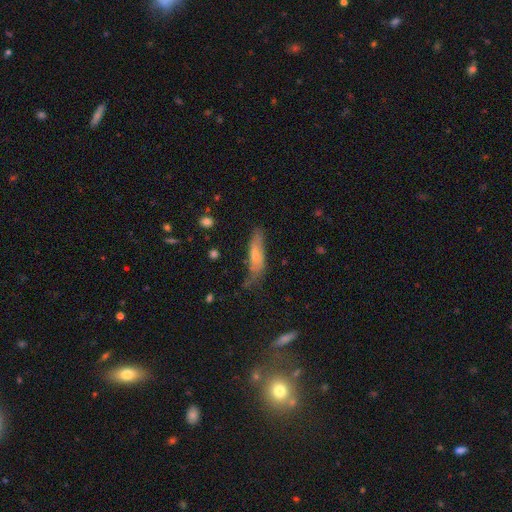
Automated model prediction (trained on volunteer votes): Smooth or featured?
  - smooth: 53% *
  - featured or disk: 40%
  - star or artifact: 7%
How rounded?
  - cigar-shaped: 60% *
  - in between: 38%
  - round: 2%
Merging?
  - none: 51% *
  - minor disturbance: 33%
  - major disturbance: 14%
  - merger: 3%